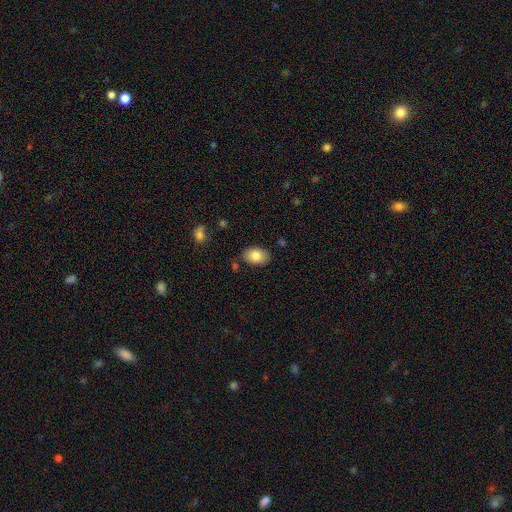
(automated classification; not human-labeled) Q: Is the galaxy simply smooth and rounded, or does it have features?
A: smooth — 82%.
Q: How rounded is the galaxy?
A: in between — 85%.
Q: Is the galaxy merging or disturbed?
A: none — 82%.